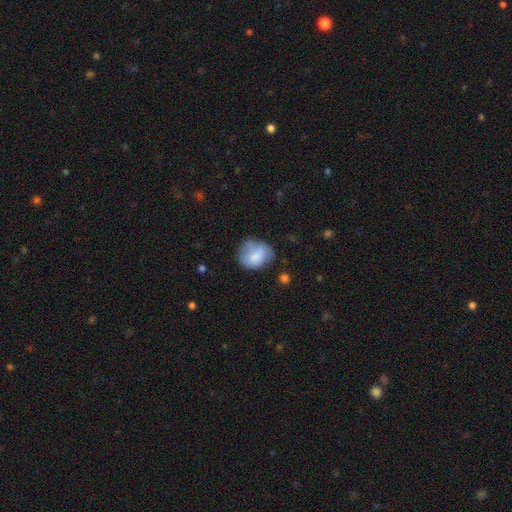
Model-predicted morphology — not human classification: Smooth or featured? Predicted: smooth (p=0.75). How rounded? Predicted: round (p=0.58). Merging? Predicted: none (p=0.53).